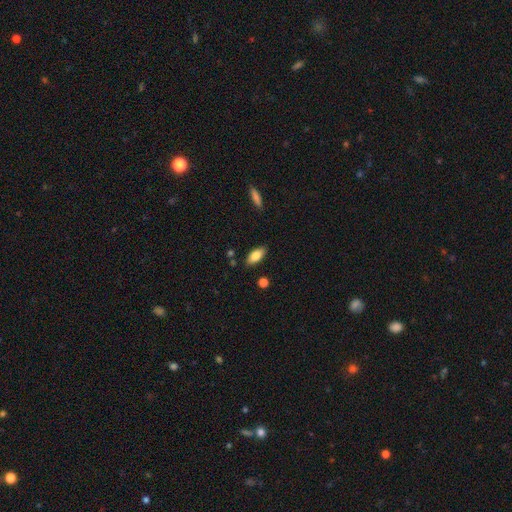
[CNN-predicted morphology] smooth_or_featured: smooth (p=0.79) [alt: featured or disk p=0.14]
how_rounded: in between (p=0.85) [alt: cigar-shaped p=0.13]
merging: none (p=0.85) [alt: minor disturbance p=0.11]